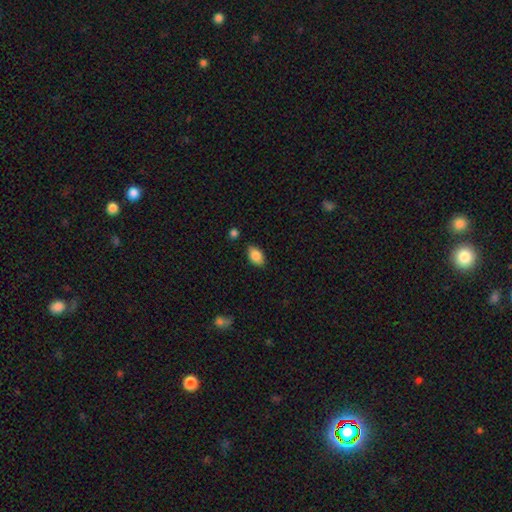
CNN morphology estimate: This is clearly a smooth galaxy (86%). How rounded: clearly in between (91%). Merging: clearly none (83%).